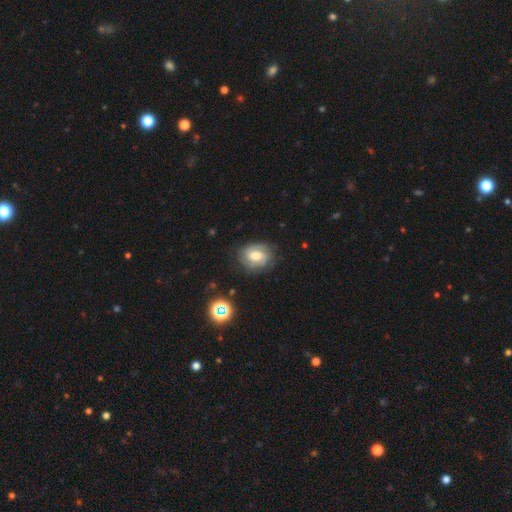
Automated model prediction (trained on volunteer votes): The model was most divided on "bar": weak: 45%, no: 43%, strong: 12%. More confident: edge-on disk — no (97%); spiral arms — yes (86%); merging — none (72%); smooth or featured — featured or disk (62%); spiral arm count — 2 (56%); bulge size — moderate (56%); spiral winding — tight (53%).